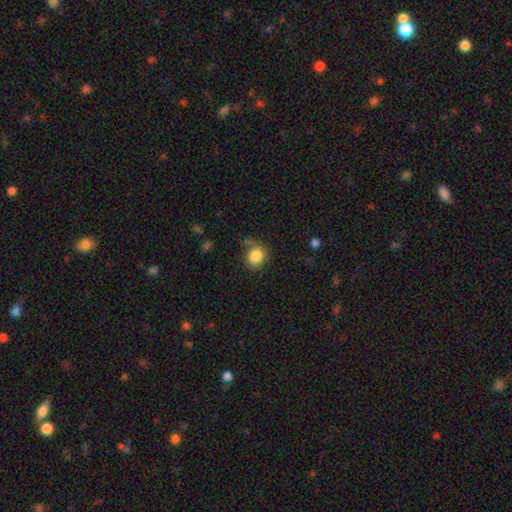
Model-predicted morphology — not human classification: This is clearly a smooth galaxy (85%). How rounded: likely round (75%). Merging: likely none (68%).